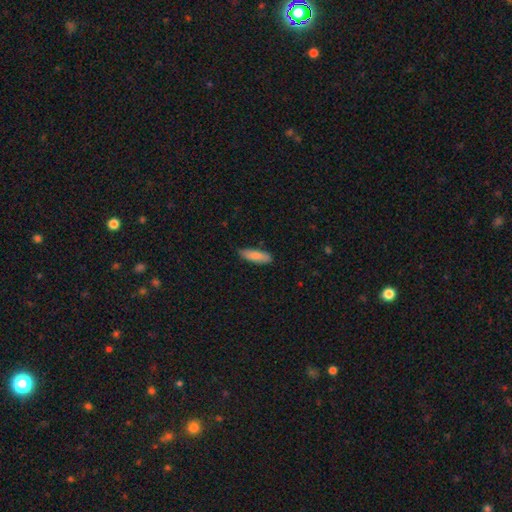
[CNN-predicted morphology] smooth 82%, featured or disk 12%, star or artifact 6%. Down the decision tree: how rounded — in between (52%); merging — none (85%).